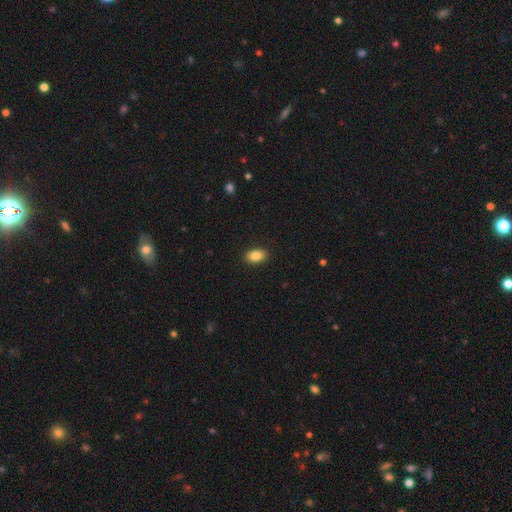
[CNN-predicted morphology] Smooth or featured? Predicted: smooth (p=0.85). How rounded? Predicted: in between (p=0.86). Merging? Predicted: none (p=0.90).